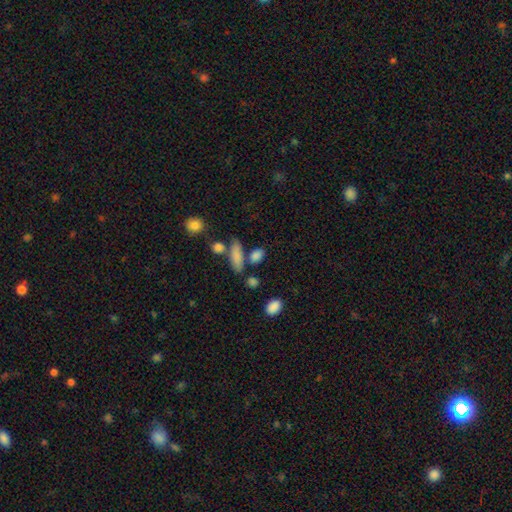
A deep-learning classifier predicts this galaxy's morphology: smooth_or_featured: smooth (p=0.84) [alt: star or artifact p=0.08]
how_rounded: in between (p=0.69) [alt: cigar-shaped p=0.22]
merging: none (p=0.68) [alt: merger p=0.14]